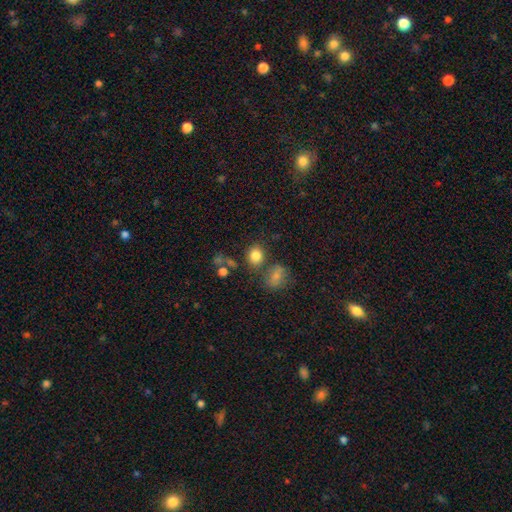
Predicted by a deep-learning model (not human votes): smooth 82%, star or artifact 11%, featured or disk 7%. Down the decision tree: how rounded — round (62%); merging — none (67%).